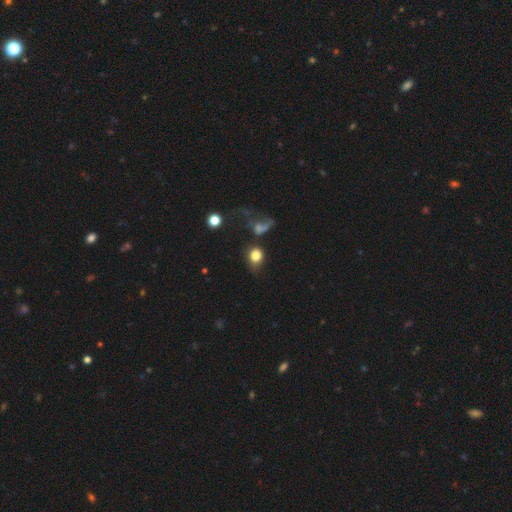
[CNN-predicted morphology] A smooth galaxy with no disk features (80%) that is round (59%). Merging: none (48%).